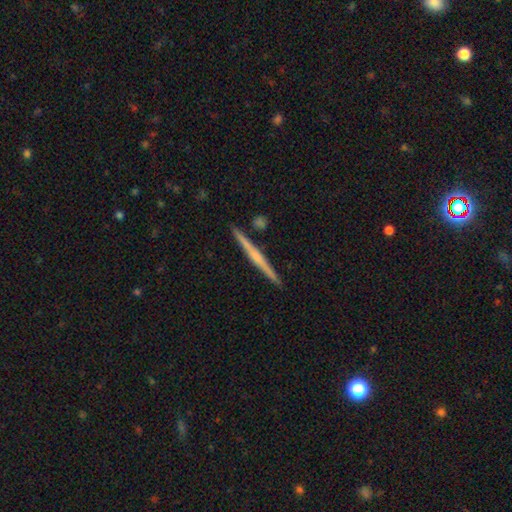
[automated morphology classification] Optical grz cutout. It shows a featured or disk galaxy (72%) viewed edge-on (98%) with a rounded central bulge (61%). Merging: none (91%).